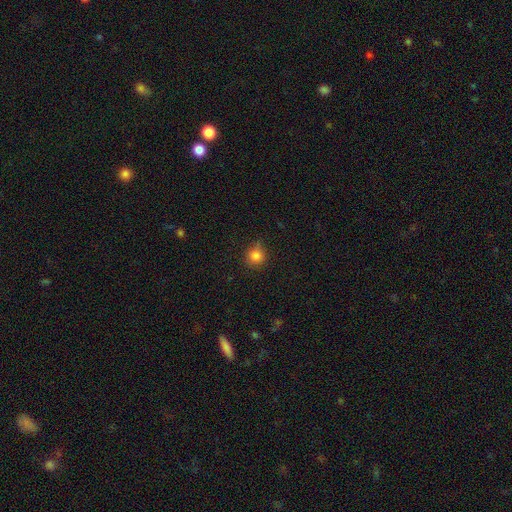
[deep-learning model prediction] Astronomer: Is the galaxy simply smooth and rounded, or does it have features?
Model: smooth — 84%.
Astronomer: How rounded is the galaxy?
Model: round — 90%.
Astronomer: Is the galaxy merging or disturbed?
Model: none — 75%.